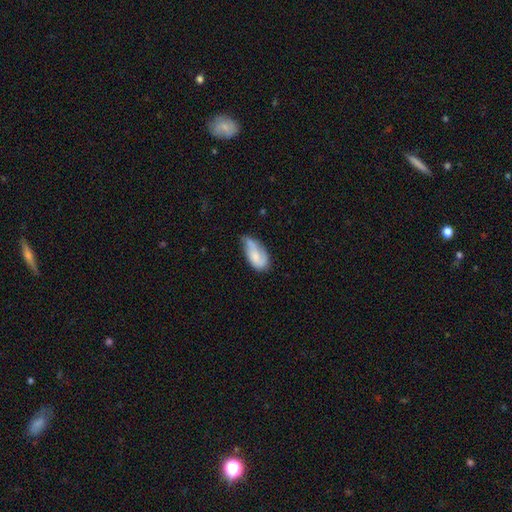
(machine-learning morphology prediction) Smooth or featured? smooth (58%)
How rounded? in between (90%)
Merging? minor disturbance (41%)